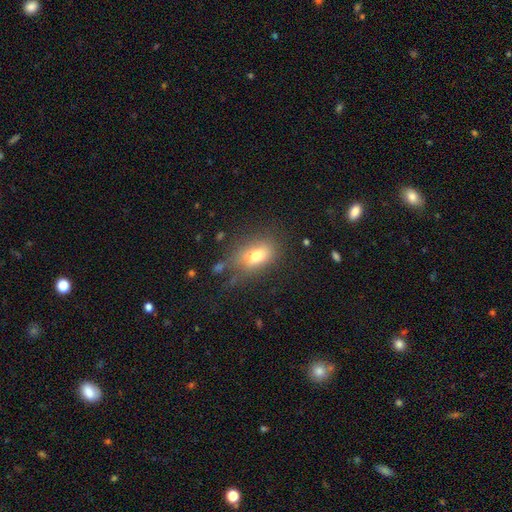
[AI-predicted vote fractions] smooth-or-featured: smooth: 75% | featured or disk: 15% | star or artifact: 10%
  how-rounded: in between: 82% | round: 15% | cigar-shaped: 3%
  merging: none: 62% | minor disturbance: 22% | major disturbance: 13% | merger: 4%